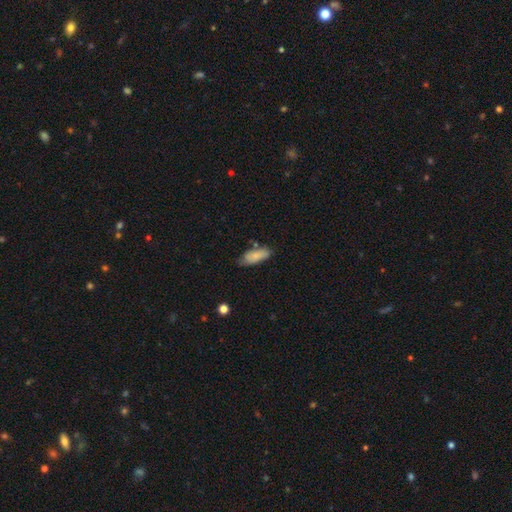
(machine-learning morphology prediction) Overall: smooth (81%). How rounded: in between (78%). Merging: none (69%).